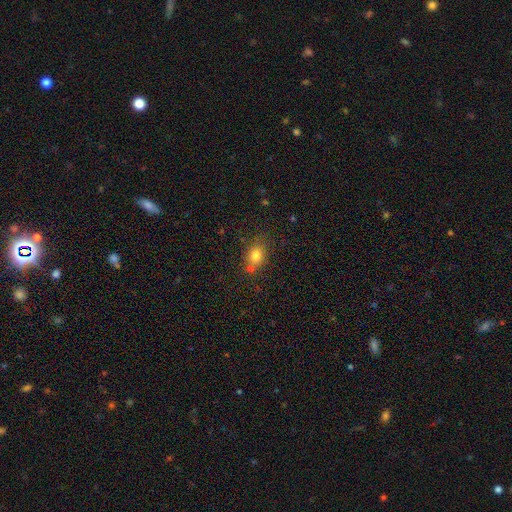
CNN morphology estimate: The model was most divided on "how rounded": round: 57%, in between: 42%, cigar-shaped: 1%. More confident: smooth or featured — smooth (79%); merging — none (64%).